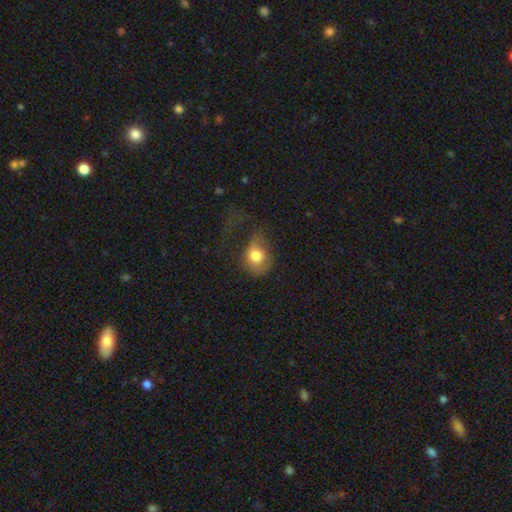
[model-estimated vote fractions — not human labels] smooth 72%, featured or disk 19%, star or artifact 9%. Down the decision tree: how rounded — round (55%); merging — major disturbance (42%).